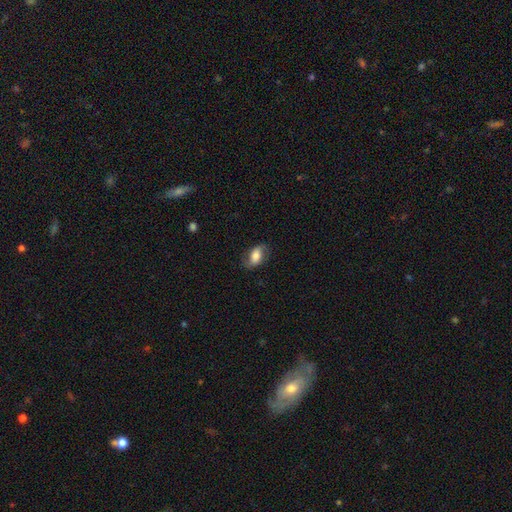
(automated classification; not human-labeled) The model was most divided on "smooth or featured": smooth: 59%, featured or disk: 33%, star or artifact: 8%. More confident: how rounded — in between (88%); merging — none (70%).